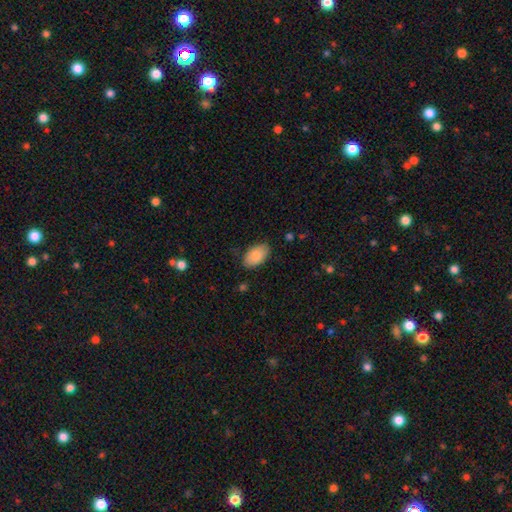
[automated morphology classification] A smooth galaxy with no disk features (85%) that is in between round and cigar-shaped (94%).

Vote fractions:
- Smooth or featured? smooth: 85% / featured or disk: 9% / star or artifact: 6%
- How rounded? in between: 94% / round: 5% / cigar-shaped: 1%
- Merging? none: 83% / minor disturbance: 13% / major disturbance: 3% / merger: 1%